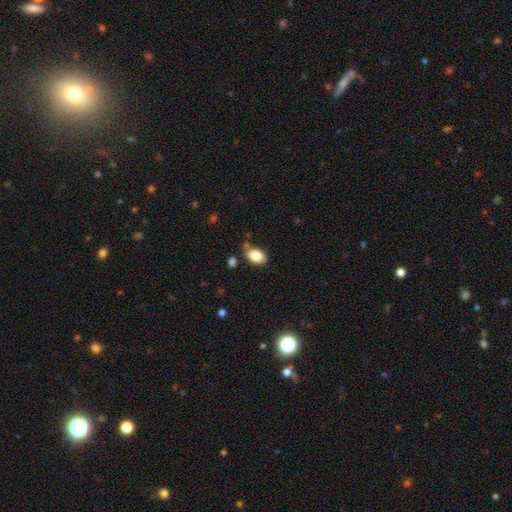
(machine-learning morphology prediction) Overall: smooth (83%). How rounded: in between (87%). Merging: none (66%).